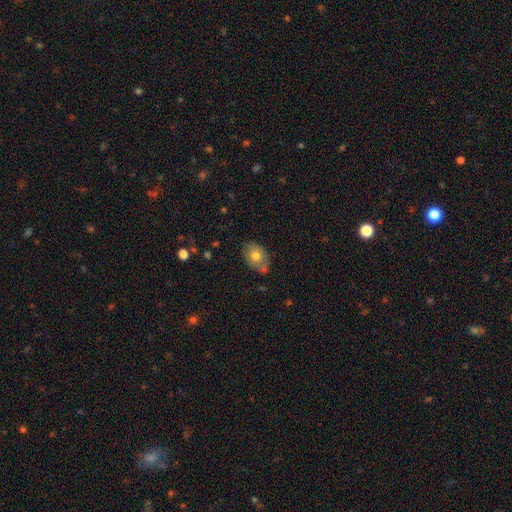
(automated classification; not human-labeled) Morphology: type=smooth (71%); roundness=in between (78%); merging=none (67%).